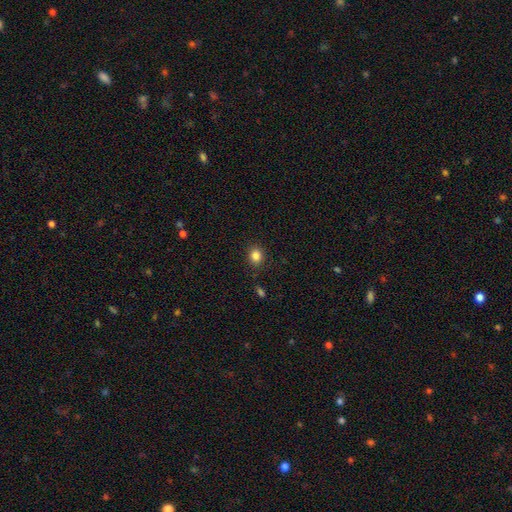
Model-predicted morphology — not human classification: This appears to be a smooth galaxy with no disk features (84%) that is round (71%). Merging: none (88%).